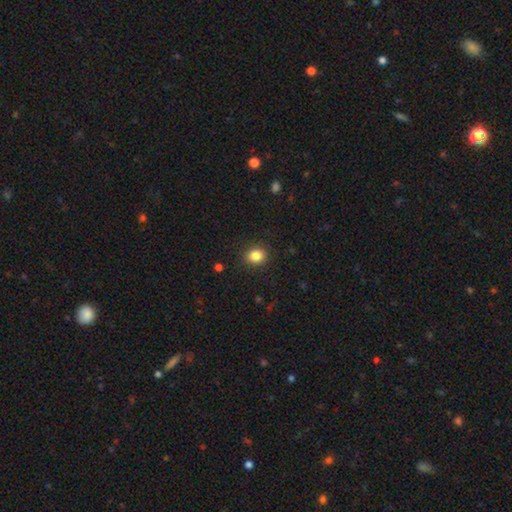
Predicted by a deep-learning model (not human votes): The model was most divided on "how rounded": round: 59%, in between: 40%, cigar-shaped: 1%. More confident: merging — none (89%); smooth or featured — smooth (85%).